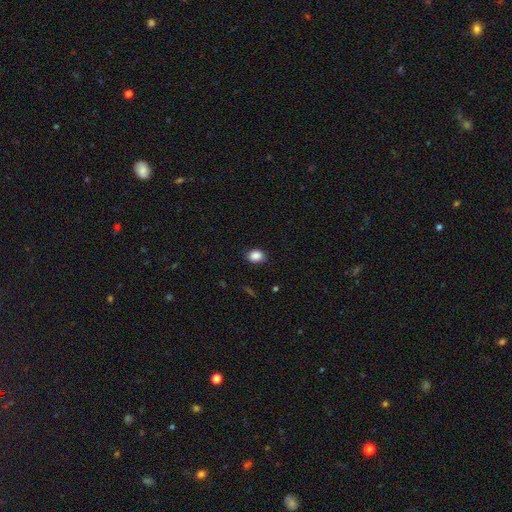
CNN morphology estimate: smooth_or_featured: smooth (p=0.88) [alt: star or artifact p=0.09]
how_rounded: in between (p=0.62) [alt: round p=0.37]
merging: none (p=0.86) [alt: minor disturbance p=0.11]